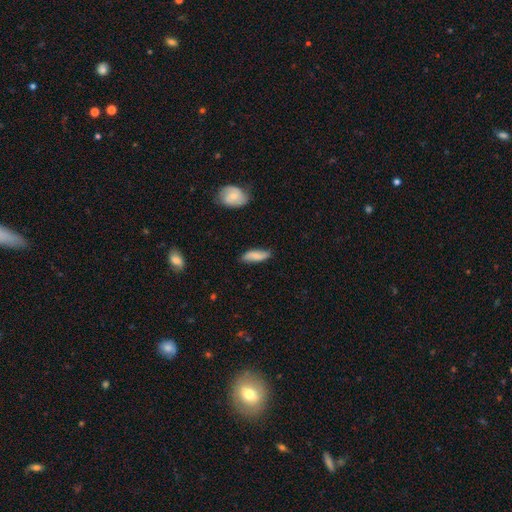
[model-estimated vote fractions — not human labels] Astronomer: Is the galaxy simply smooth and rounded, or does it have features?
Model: smooth — 74%.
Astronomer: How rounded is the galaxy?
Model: in between — 59% (runner-up: cigar-shaped, 38%).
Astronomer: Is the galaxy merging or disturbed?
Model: none — 78%.